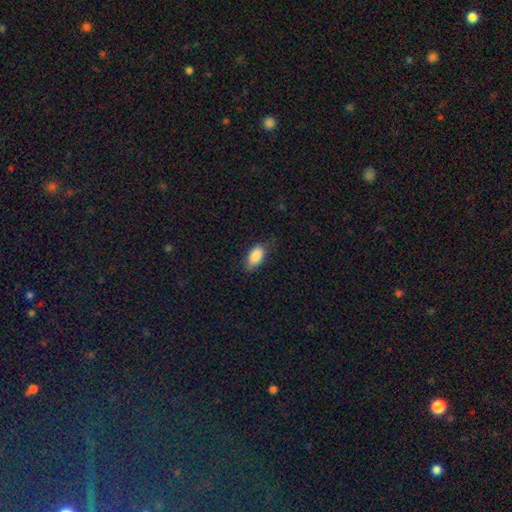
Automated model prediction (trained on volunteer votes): Smooth or featured? Predicted: smooth (p=0.87). How rounded? Predicted: in between (p=0.92). Merging? Predicted: none (p=0.70).